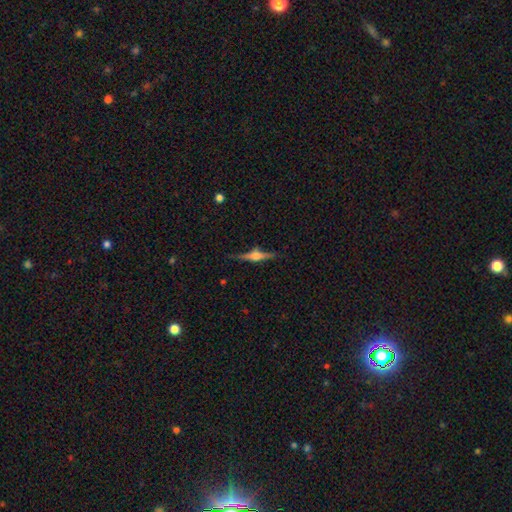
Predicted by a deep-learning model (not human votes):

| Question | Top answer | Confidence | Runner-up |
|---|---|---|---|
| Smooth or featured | featured or disk | 78% | smooth (15%) |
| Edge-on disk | yes | 98% | no (2%) |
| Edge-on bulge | rounded | 90% | boxy (7%) |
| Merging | none | 85% | minor disturbance (11%) |